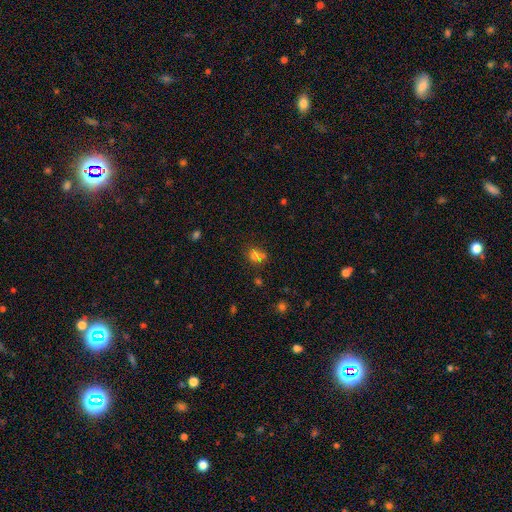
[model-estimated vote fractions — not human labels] Smooth or featured?
  - smooth: 71% *
  - star or artifact: 19%
  - featured or disk: 11%
How rounded?
  - round: 73% *
  - in between: 26%
  - cigar-shaped: 1%
Merging?
  - none: 50% *
  - merger: 31%
  - minor disturbance: 13%
  - major disturbance: 6%